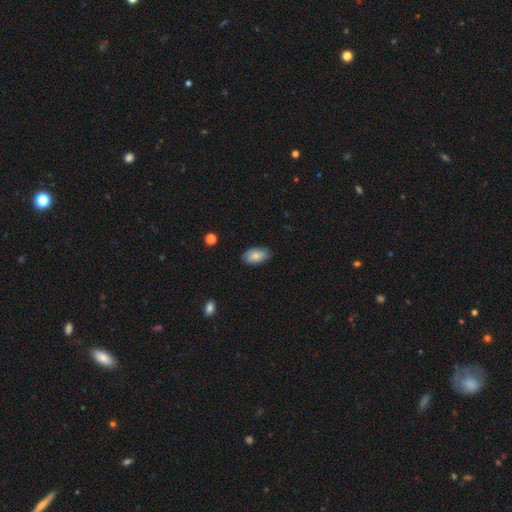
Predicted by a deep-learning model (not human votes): Morphology: type=smooth (78%); roundness=in between (93%); merging=none (78%).